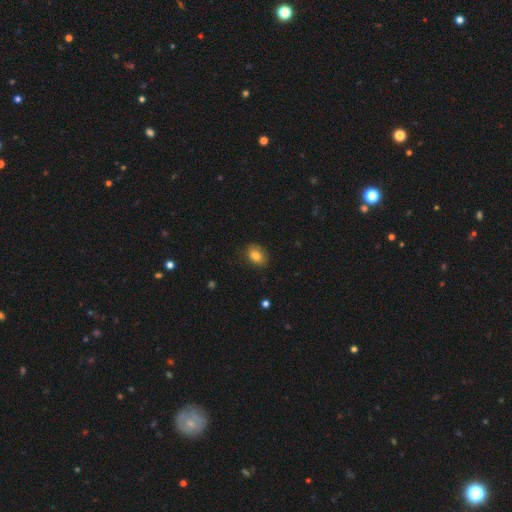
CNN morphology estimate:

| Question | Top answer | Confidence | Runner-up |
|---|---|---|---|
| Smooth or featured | smooth | 81% | featured or disk (9%) |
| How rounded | in between | 72% | round (27%) |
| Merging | none | 83% | minor disturbance (13%) |